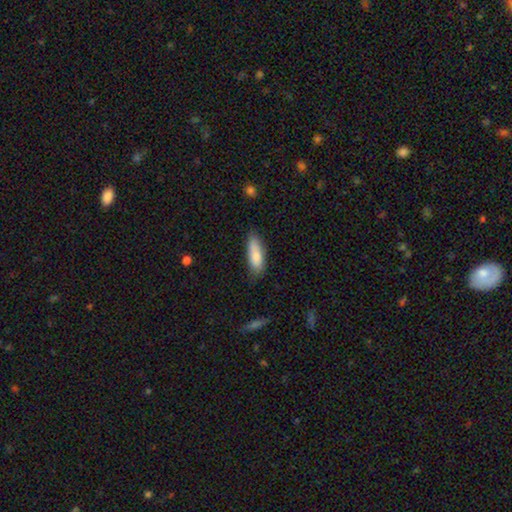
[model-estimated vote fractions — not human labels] Smooth or featured? smooth (82%)
How rounded? in between (61%)
Merging? none (74%)